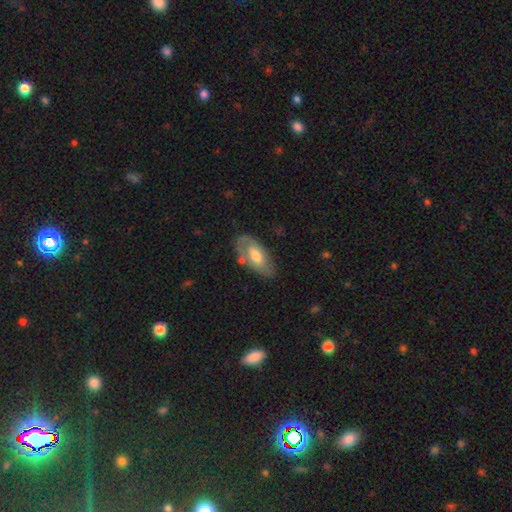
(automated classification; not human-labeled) The model was most divided on "smooth or featured": smooth: 53%, featured or disk: 42%, star or artifact: 6%. More confident: how rounded — in between (90%); merging — none (66%).